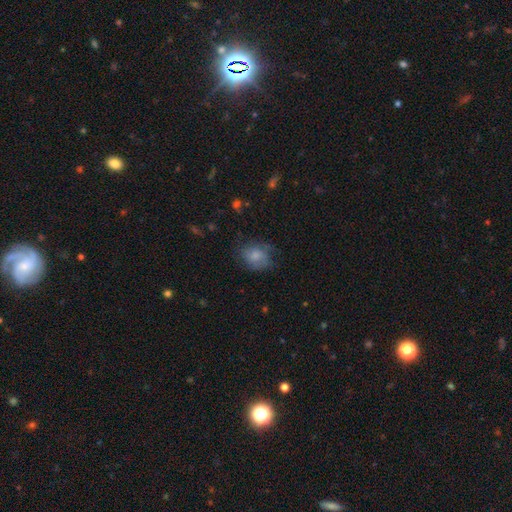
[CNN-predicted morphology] The model was most divided on "how rounded": round: 51%, in between: 48%, cigar-shaped: 1%. More confident: smooth or featured — smooth (69%); merging — none (56%).